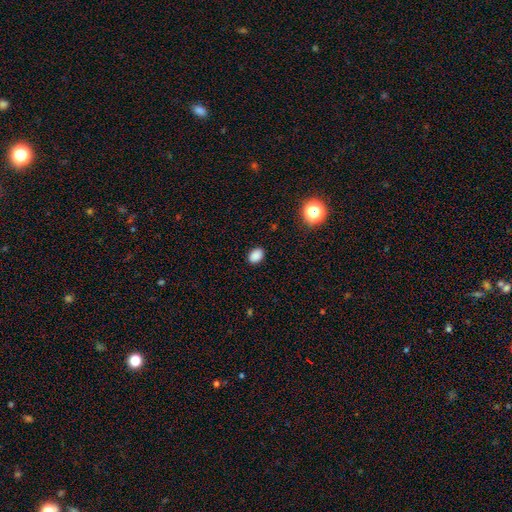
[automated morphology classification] This appears to be a smooth galaxy with no disk features (86%) that is in between round and cigar-shaped (75%). Merging: none (89%).